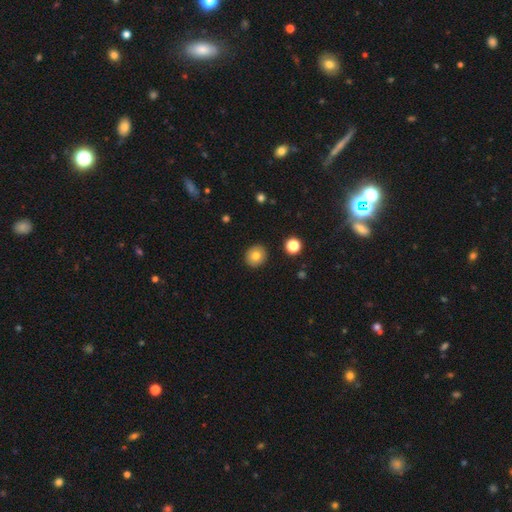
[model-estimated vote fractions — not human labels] Q: Smooth or featured?
A: smooth (80%); runner-up: featured or disk (10%)
Q: How rounded?
A: round (86%); runner-up: in between (13%)
Q: Merging?
A: none (91%); runner-up: minor disturbance (6%)